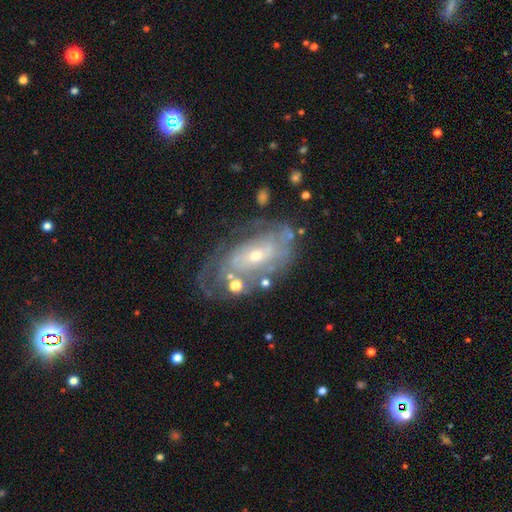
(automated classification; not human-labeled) Morphology: type=featured or disk (79%); edge-on=no (93%); bar=no (62%); spiral arms=yes (80%); winding=tight (67%); arm count=can't tell (58%); bulge=small (59%); merging=none (60%).